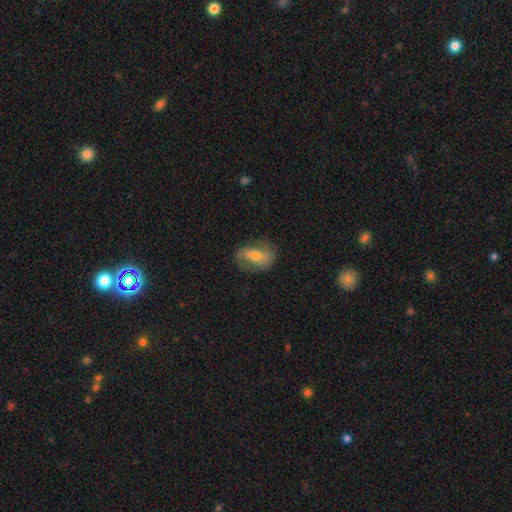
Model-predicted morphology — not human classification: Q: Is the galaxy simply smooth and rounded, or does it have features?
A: featured or disk — 50%.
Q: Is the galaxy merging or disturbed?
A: none — 67%.